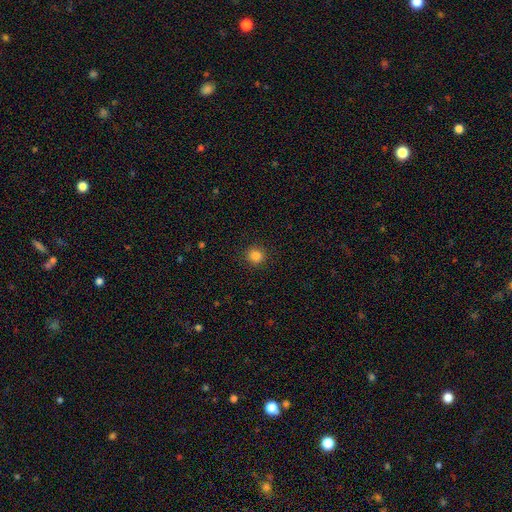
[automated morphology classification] Q: Smooth or featured?
A: smooth (84%); runner-up: star or artifact (12%)
Q: How rounded?
A: round (92%); runner-up: in between (7%)
Q: Merging?
A: none (92%); runner-up: minor disturbance (5%)